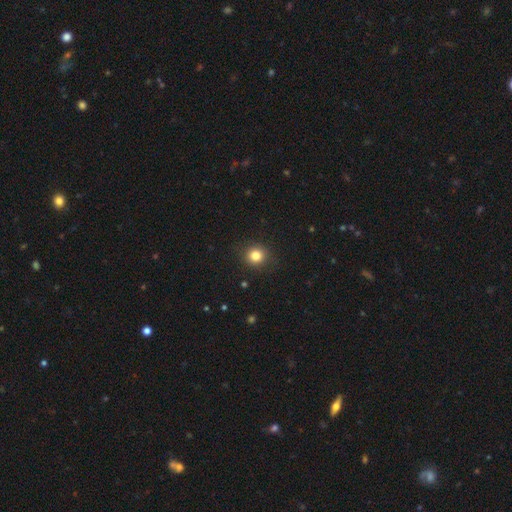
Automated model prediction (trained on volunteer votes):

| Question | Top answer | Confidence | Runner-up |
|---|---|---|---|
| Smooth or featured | smooth | 82% | star or artifact (12%) |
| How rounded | round | 90% | in between (9%) |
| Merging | none | 90% | minor disturbance (7%) |